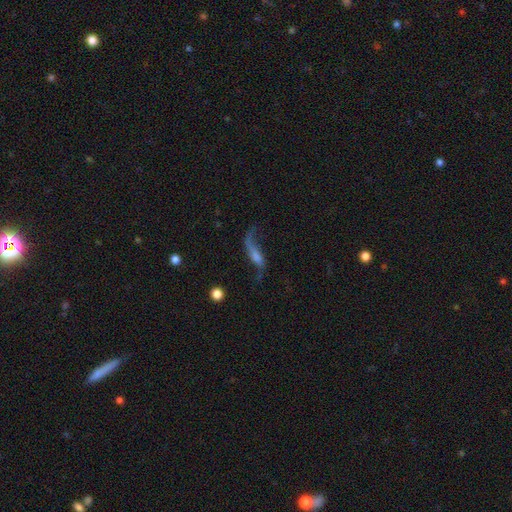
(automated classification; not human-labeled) smooth_or_featured: featured or disk (p=0.69) [alt: smooth p=0.20]
disk_edge_on: no (p=0.77) [alt: yes p=0.23]
bar: no (p=0.48) [alt: weak p=0.33]
has_spiral_arms: yes (p=0.87) [alt: no p=0.13]
bulge_size: small (p=0.32) [alt: moderate p=0.29]
merging: none (p=0.49) [alt: major disturbance p=0.26]